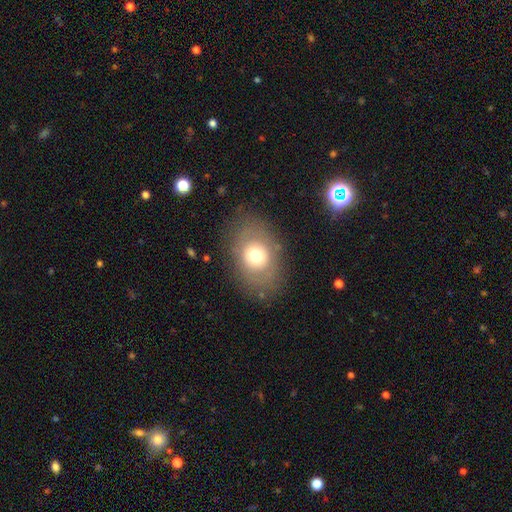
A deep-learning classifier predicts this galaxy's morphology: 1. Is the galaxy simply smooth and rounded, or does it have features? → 66% smooth, 23% featured or disk, 11% star or artifact.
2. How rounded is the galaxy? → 66% in between, 33% round, 1% cigar-shaped.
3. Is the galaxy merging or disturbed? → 79% none, 12% minor disturbance, 7% major disturbance, 1% merger.